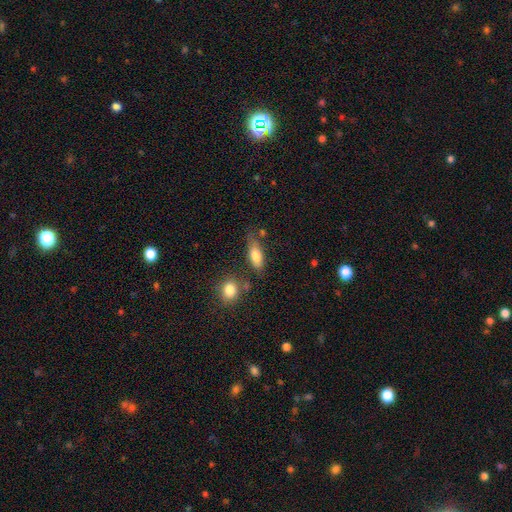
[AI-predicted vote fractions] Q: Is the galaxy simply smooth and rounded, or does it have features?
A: smooth — 76%.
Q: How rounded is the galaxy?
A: in between — 74%.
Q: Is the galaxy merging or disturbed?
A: none — 60%.